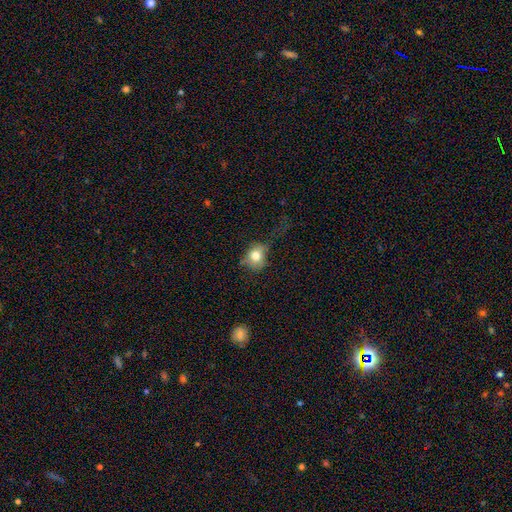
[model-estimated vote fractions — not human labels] Overall: smooth (76%). How rounded: round (68%; in between 31%). Merging: none (47%; minor disturbance 29%).